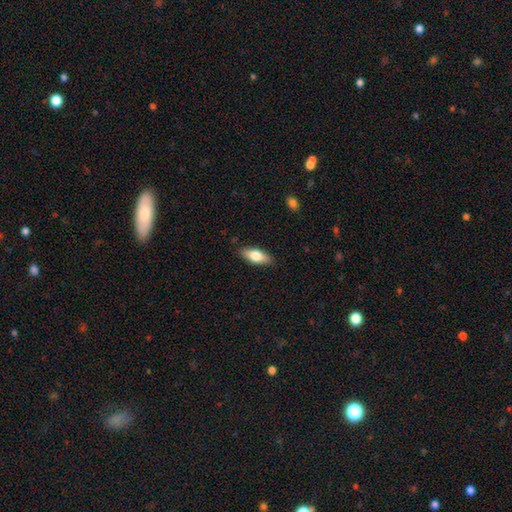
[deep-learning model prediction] Overall: smooth (74%). How rounded: in between (78%). Merging: none (86%).